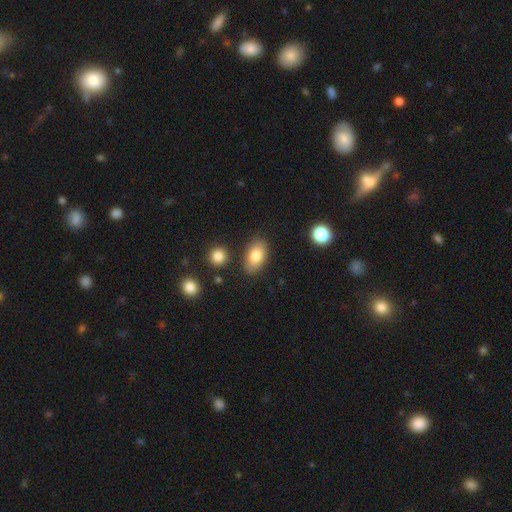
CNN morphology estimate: A smooth galaxy with no disk features (81%) that is in between round and cigar-shaped (91%). Merging: none (82%).